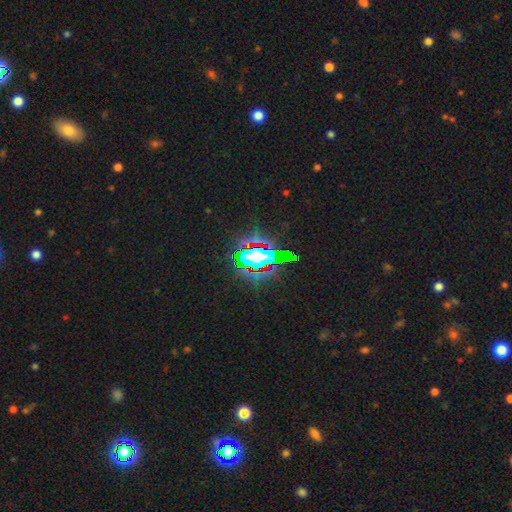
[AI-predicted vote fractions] star or artifact 63%, smooth 22%, featured or disk 15%.